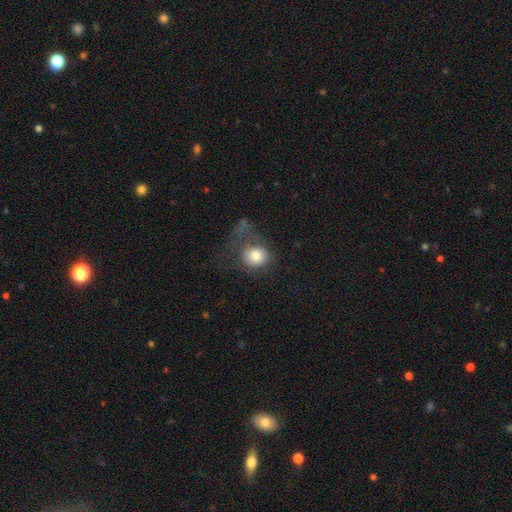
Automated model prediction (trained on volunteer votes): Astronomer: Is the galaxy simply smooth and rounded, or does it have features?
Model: smooth — 78%.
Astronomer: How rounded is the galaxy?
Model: round — 80%.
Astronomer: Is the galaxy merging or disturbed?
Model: none — 39% (runner-up: major disturbance, 37%).